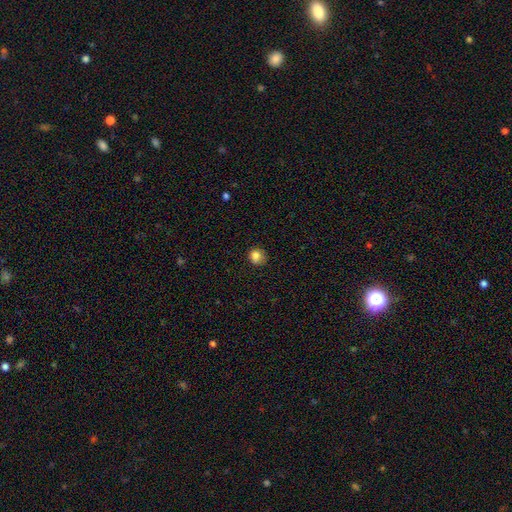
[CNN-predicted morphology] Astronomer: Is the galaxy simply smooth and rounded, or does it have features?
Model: smooth — 83%.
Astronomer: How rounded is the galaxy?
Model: round — 81%.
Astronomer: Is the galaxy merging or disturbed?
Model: none — 72%.